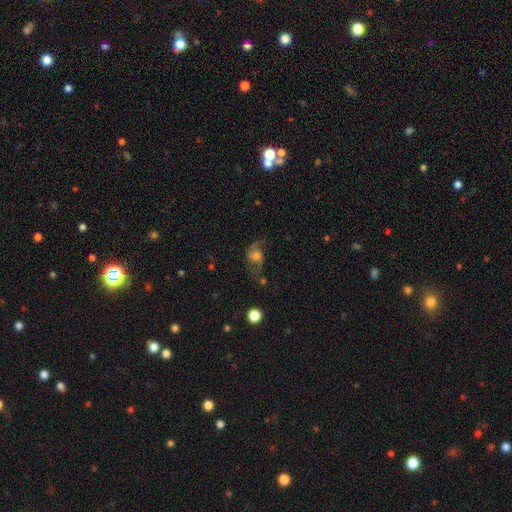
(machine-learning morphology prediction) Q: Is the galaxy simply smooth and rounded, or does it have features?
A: featured or disk — 50%.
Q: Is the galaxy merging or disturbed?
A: none — 43%.